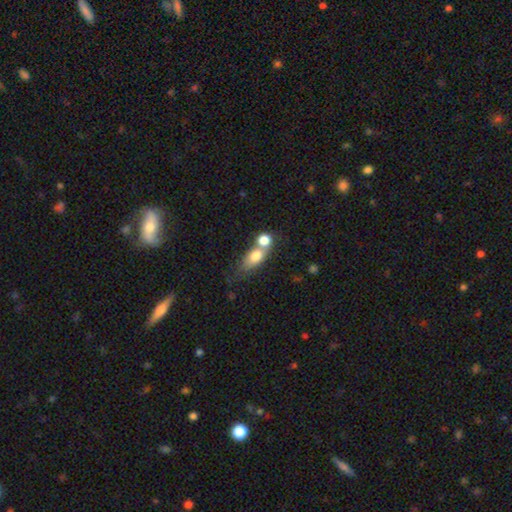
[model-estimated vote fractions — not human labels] Smooth or featured?
  - smooth: 73% *
  - featured or disk: 18%
  - star or artifact: 9%
How rounded?
  - in between: 63% *
  - round: 25%
  - cigar-shaped: 12%
Merging?
  - merger: 56% *
  - none: 28%
  - minor disturbance: 10%
  - major disturbance: 6%